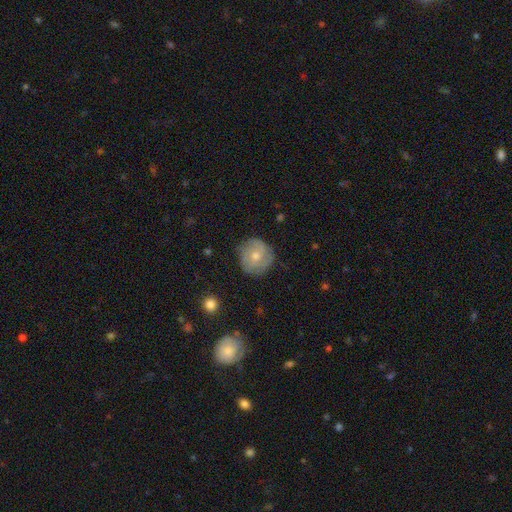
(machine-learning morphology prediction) This appears to be a smooth galaxy with no disk features (55%) that is round (90%). Merging: none (75%).